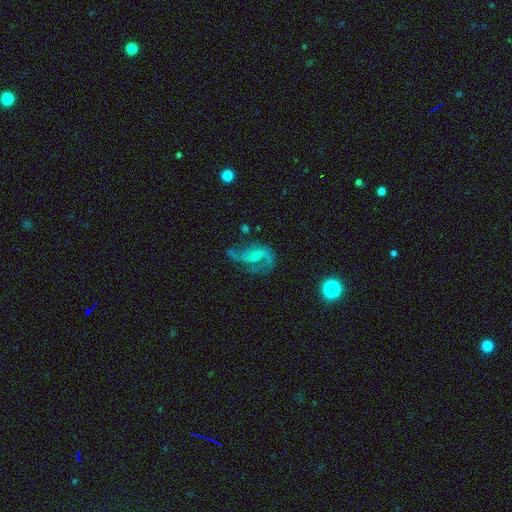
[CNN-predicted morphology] This appears to be a featured or disk galaxy (82%) with a weak bar (46%), 2 (80%) loose (49%) spiral arms (93%) and a small central bulge (57%). Merging: none (51%).